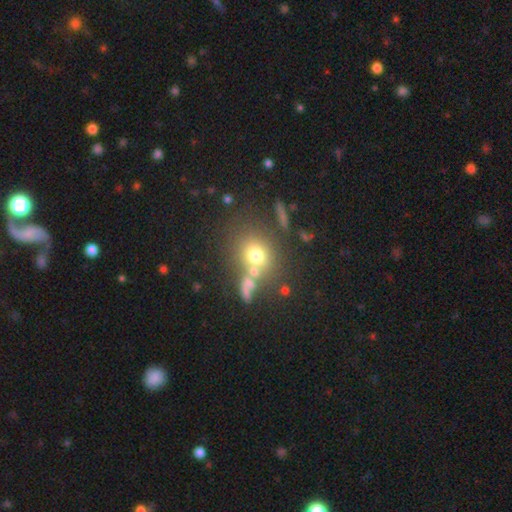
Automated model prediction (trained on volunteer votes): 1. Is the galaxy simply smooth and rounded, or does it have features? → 68% smooth, 17% featured or disk, 15% star or artifact.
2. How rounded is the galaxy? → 71% round, 28% in between, 2% cigar-shaped.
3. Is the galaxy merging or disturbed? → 53% none, 25% merger, 12% minor disturbance, 10% major disturbance.